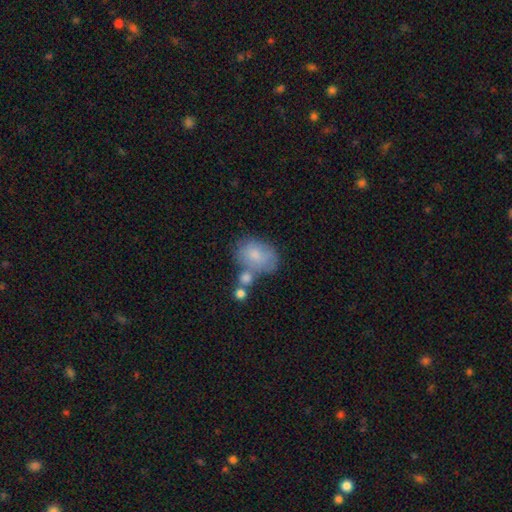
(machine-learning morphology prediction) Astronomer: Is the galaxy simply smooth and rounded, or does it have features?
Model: smooth — 71%.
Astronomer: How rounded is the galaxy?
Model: in between — 70%.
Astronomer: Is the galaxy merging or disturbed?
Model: none — 42% (runner-up: merger, 26%).